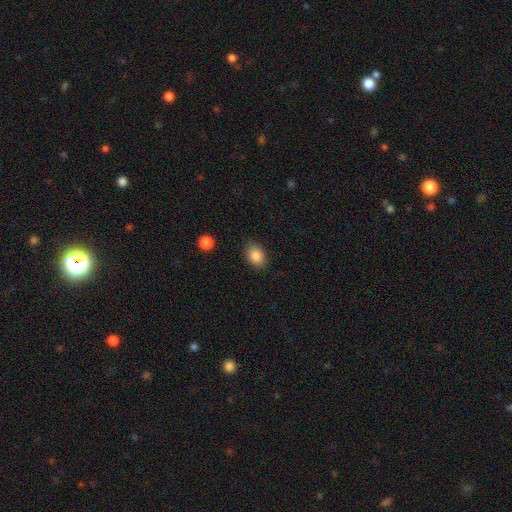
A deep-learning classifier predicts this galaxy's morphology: smooth 87%, star or artifact 8%, featured or disk 5%. Down the decision tree: how rounded — in between (78%); merging — none (84%).